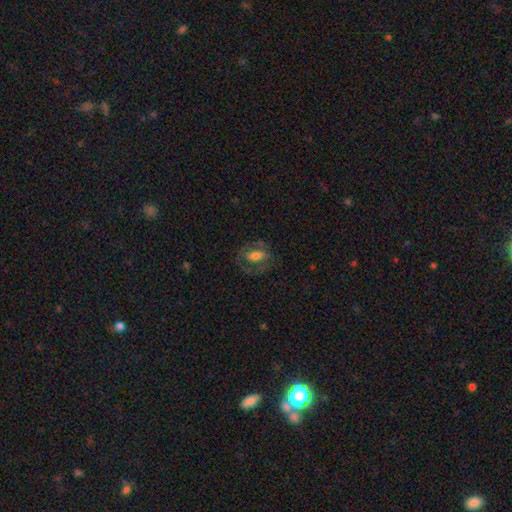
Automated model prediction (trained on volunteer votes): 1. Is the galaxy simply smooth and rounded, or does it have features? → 46% featured or disk (tied), 46% smooth (tied), 8% star or artifact.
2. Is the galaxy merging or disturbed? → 63% none, 18% minor disturbance, 17% major disturbance, 2% merger.